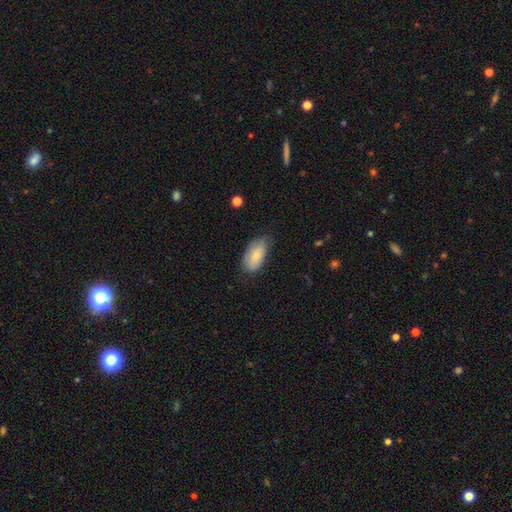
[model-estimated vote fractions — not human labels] Morphology: type=smooth (79%); roundness=in between (93%); merging=none (64%).